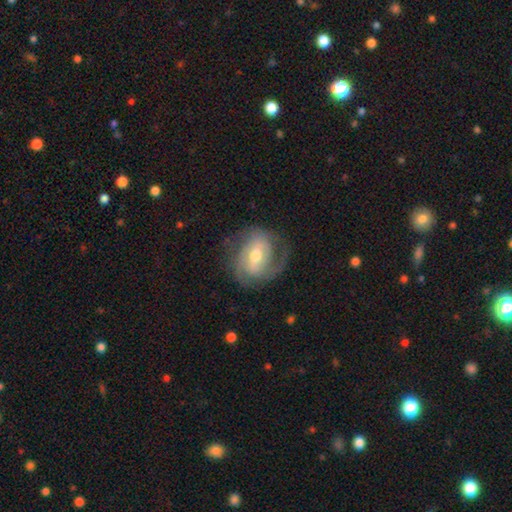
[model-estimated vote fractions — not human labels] A featured or disk galaxy (79%) with a weak bar (45%), 2 (56%) medium (42%) spiral arms (91%) and a moderate central bulge (69%).

Vote fractions:
- Smooth or featured? featured or disk: 79% / smooth: 15% / star or artifact: 6%
- Edge-on disk? no: 96% / yes: 4%
- Bar? weak: 45% / strong: 31% / no: 23%
- Spiral arms? yes: 91% / no: 9%
- Spiral winding? medium: 42% / tight: 41% / loose: 17%
- Spiral arm count? 2: 56% / can't tell: 16% / 3: 14% / 1: 9% / 4: 3% / more than 4: 2%
- Bulge size? moderate: 69% / small: 23% / large: 6% / none: 1% / dominant: 1%
- Merging? none: 67% / minor disturbance: 19% / major disturbance: 13% / merger: 1%